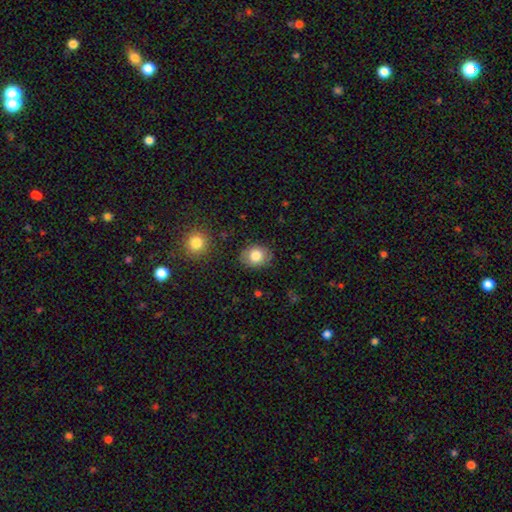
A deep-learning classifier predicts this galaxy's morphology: Q: Smooth or featured?
A: smooth (80%); runner-up: featured or disk (11%)
Q: How rounded?
A: round (56%); runner-up: in between (43%)
Q: Merging?
A: none (84%); runner-up: minor disturbance (11%)